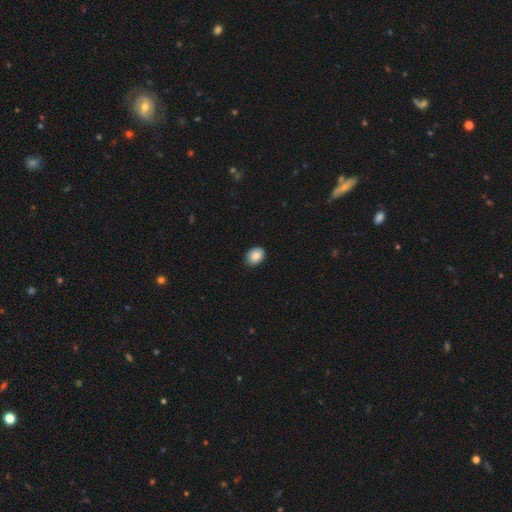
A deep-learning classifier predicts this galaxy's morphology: Q: Smooth or featured?
A: smooth (86%); runner-up: star or artifact (8%)
Q: How rounded?
A: in between (65%); runner-up: round (34%)
Q: Merging?
A: none (85%); runner-up: minor disturbance (12%)